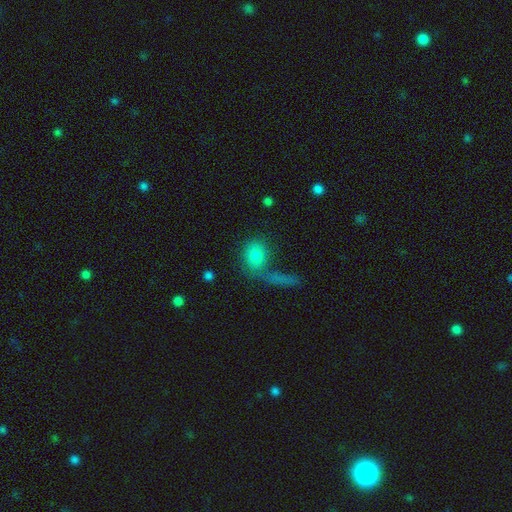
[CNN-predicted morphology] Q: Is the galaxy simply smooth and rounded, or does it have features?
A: smooth — 77%.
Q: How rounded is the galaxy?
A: round — 60%.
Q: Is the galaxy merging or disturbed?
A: none — 45%.